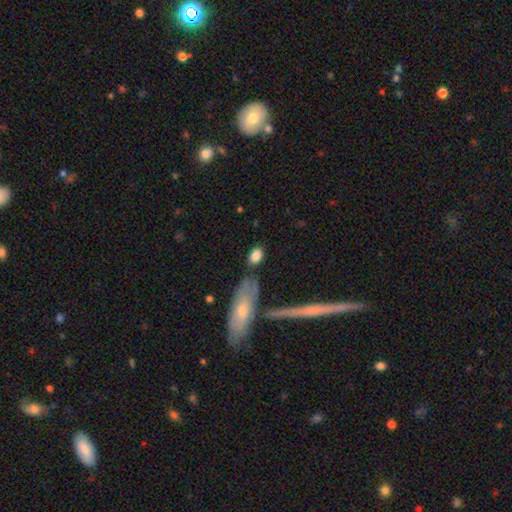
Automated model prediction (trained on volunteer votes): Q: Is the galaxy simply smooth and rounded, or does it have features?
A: smooth — 84%.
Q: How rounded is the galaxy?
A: in between — 84%.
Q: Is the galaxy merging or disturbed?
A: none — 70%.